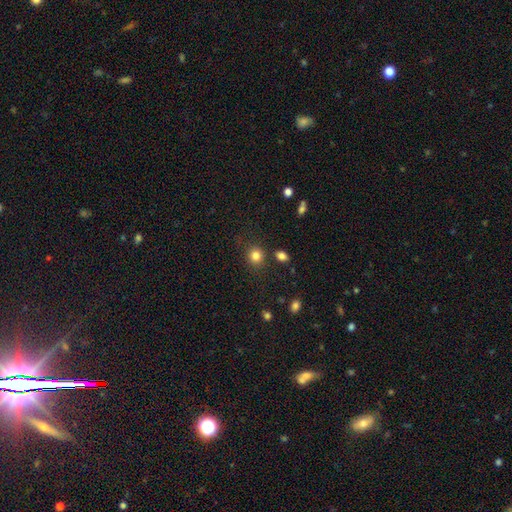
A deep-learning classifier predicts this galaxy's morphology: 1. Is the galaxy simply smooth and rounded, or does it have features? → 83% smooth, 12% star or artifact, 5% featured or disk.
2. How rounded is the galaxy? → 83% round, 16% in between, 1% cigar-shaped.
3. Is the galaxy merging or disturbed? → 81% none, 10% minor disturbance, 5% merger, 4% major disturbance.